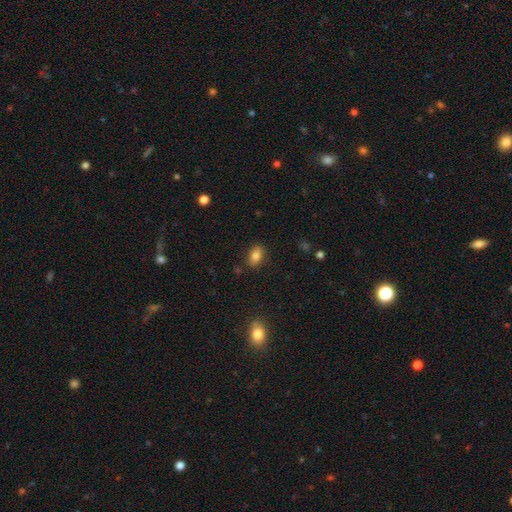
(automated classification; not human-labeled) A smooth galaxy with no disk features (83%) that is in between round and cigar-shaped (87%).

Vote fractions:
- Smooth or featured? smooth: 83% / star or artifact: 10% / featured or disk: 8%
- How rounded? in between: 87% / round: 10% / cigar-shaped: 3%
- Merging? none: 83% / minor disturbance: 12% / major disturbance: 3% / merger: 2%